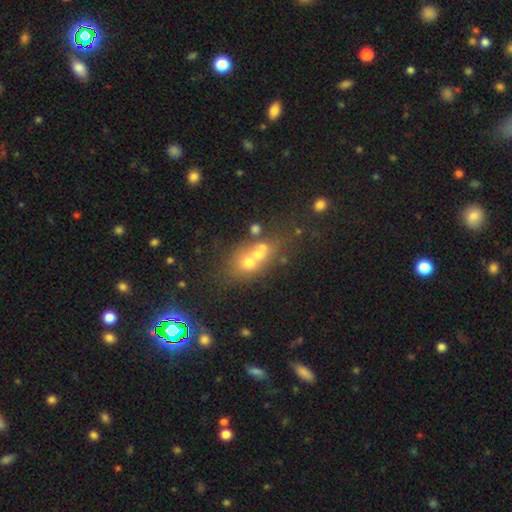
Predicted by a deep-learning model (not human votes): Smooth or featured?
  - smooth: 49% *
  - featured or disk: 29%
  - star or artifact: 22%
Merging?
  - merger: 53% *
  - none: 31%
  - minor disturbance: 9%
  - major disturbance: 7%